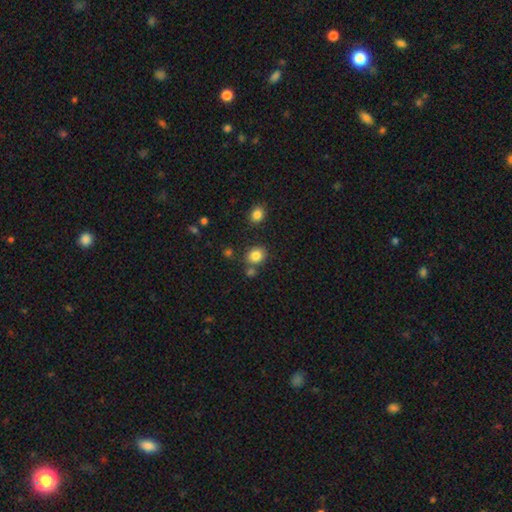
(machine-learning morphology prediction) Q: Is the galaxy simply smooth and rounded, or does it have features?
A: smooth — 83%.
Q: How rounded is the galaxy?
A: round — 67%.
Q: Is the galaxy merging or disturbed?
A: none — 74%.